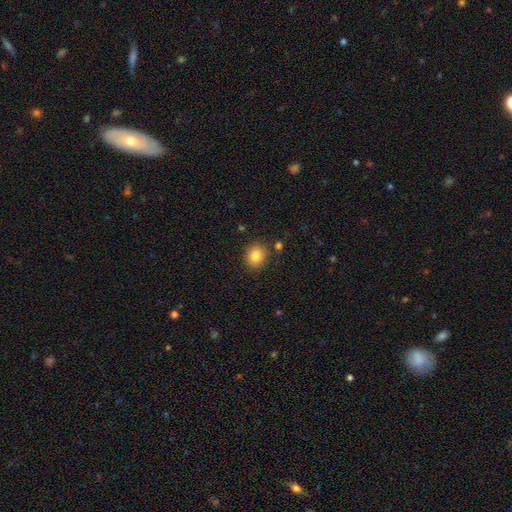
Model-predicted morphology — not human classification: type=smooth (83%); roundness=round (73%); merging=none (85%).